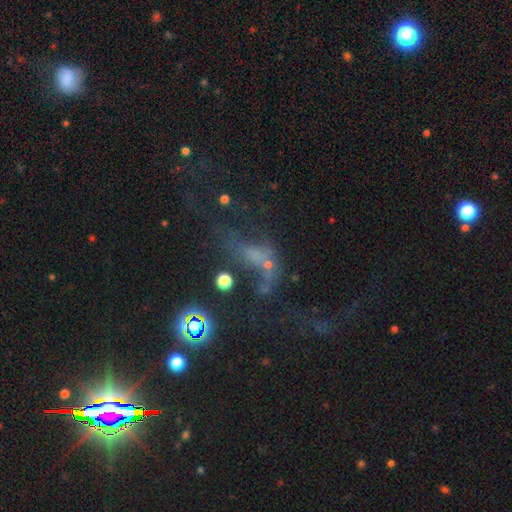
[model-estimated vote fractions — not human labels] Q: Smooth or featured?
A: featured or disk (38%); runner-up: star or artifact (37%)
Q: Merging?
A: major disturbance (39%); runner-up: none (30%)